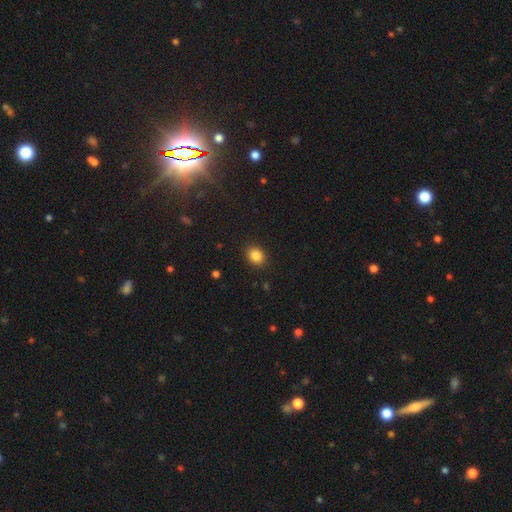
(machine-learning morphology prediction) smooth_or_featured: smooth (p=0.86) [alt: star or artifact p=0.10]
how_rounded: round (p=0.59) [alt: in between p=0.40]
merging: none (p=0.89) [alt: minor disturbance p=0.07]